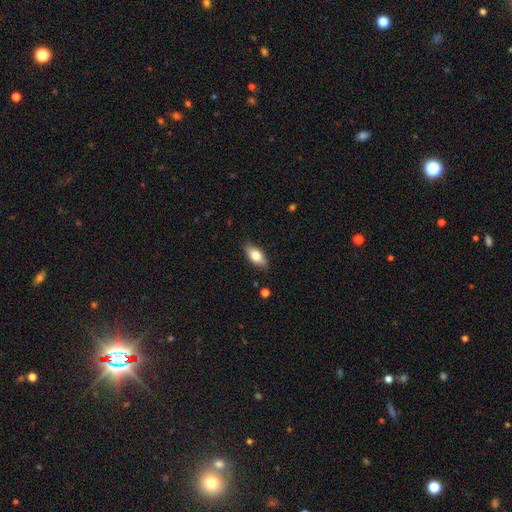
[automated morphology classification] type=smooth (79%); roundness=in between (87%); merging=none (87%).